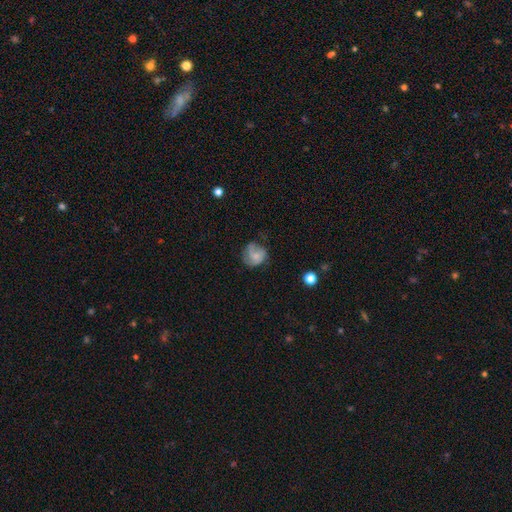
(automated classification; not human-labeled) A smooth galaxy with no disk features (57%) that is round (78%). Merging: none (54%).